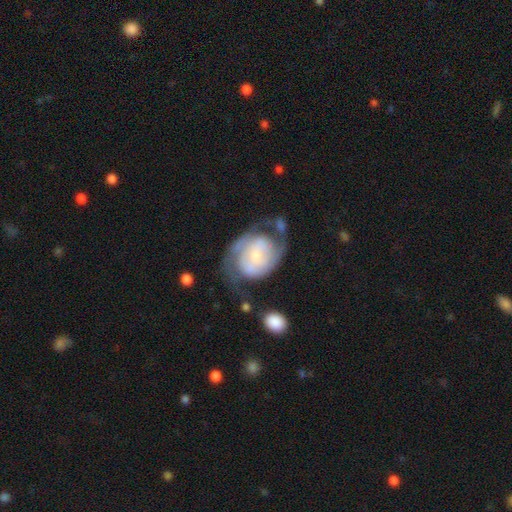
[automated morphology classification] Q: Smooth or featured?
A: featured or disk (74%); runner-up: smooth (20%)
Q: Edge-on disk?
A: no (97%); runner-up: yes (3%)
Q: Bar?
A: no (58%); runner-up: weak (34%)
Q: Spiral arms?
A: yes (88%); runner-up: no (12%)
Q: Spiral winding?
A: tight (41%); tied with: medium (41%)
Q: Spiral arm count?
A: 2 (71%); runner-up: can't tell (16%)
Q: Bulge size?
A: small (57%); runner-up: moderate (21%)
Q: Merging?
A: none (48%); runner-up: minor disturbance (23%)